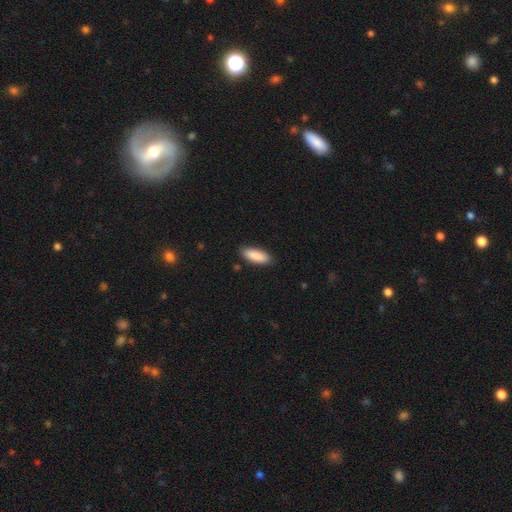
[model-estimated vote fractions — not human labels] smooth-or-featured: smooth: 89% | star or artifact: 6% | featured or disk: 5%
  how-rounded: in between: 74% | cigar-shaped: 24% | round: 2%
  merging: none: 87% | minor disturbance: 10% | major disturbance: 2% | merger: 1%